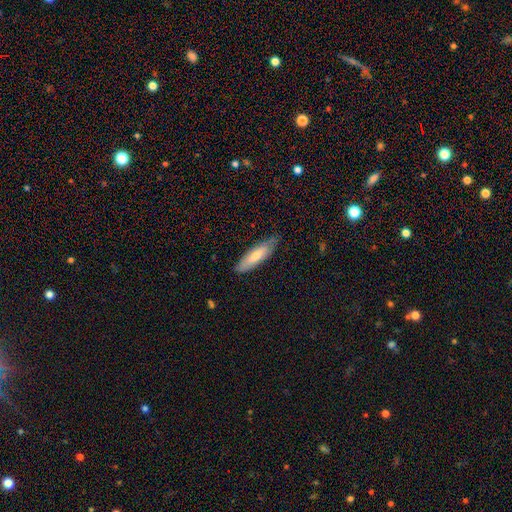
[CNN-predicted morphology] A smooth galaxy with no disk features (66%) that is cigar-shaped (59%). Merging: none (78%).